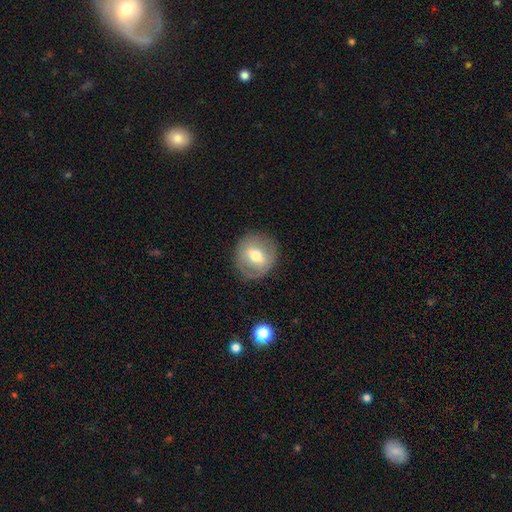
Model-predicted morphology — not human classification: smooth 51%, featured or disk 41%, star or artifact 8%. Down the decision tree: how rounded — round (81%); merging — none (83%).